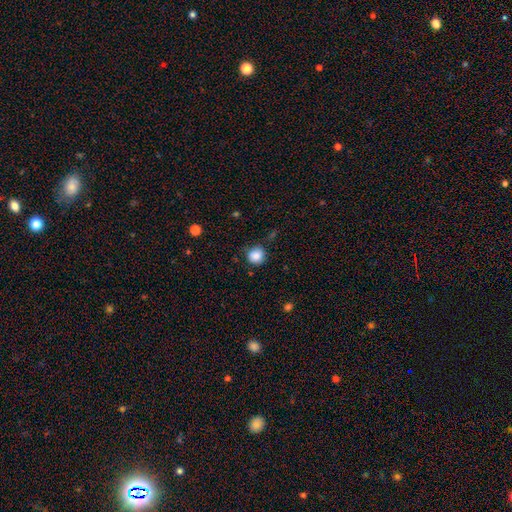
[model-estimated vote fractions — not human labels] Smooth or featured: smooth — 85% (star or artifact — 10%)
How rounded: round — 91% (in between — 8%)
Merging: none — 77% (minor disturbance — 17%)